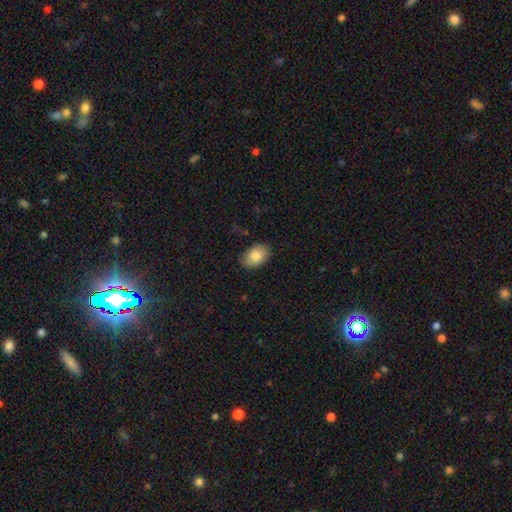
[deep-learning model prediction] smooth 84%, featured or disk 9%, star or artifact 7%. Down the decision tree: how rounded — in between (87%); merging — none (82%).